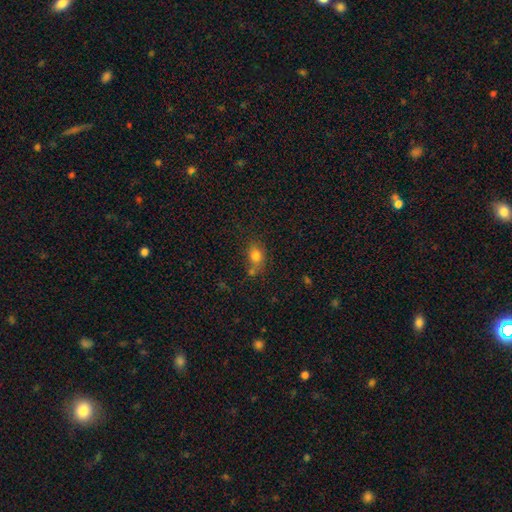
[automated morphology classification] smooth 79%, star or artifact 12%, featured or disk 9%. Down the decision tree: how rounded — in between (56%); merging — none (53%).